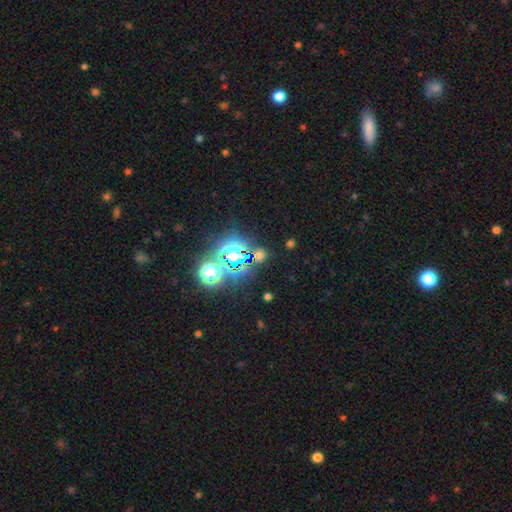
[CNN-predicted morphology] This is likely a star or artifact rather than a galaxy (73%).